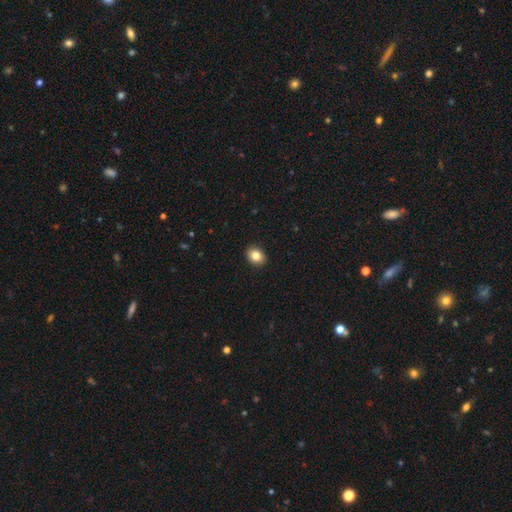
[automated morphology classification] Smooth or featured? smooth (84%)
How rounded? in between (53%)
Merging? none (92%)